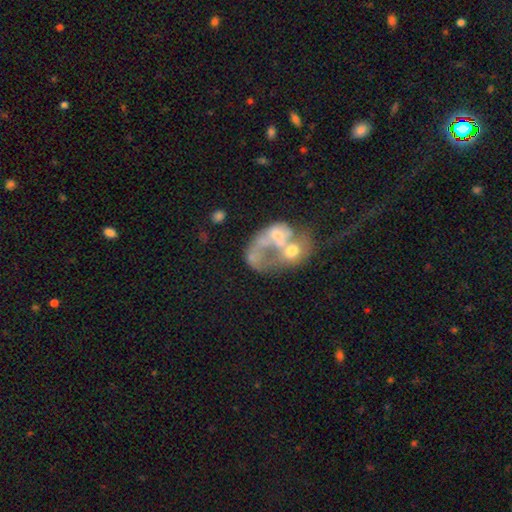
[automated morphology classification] smooth-or-featured: featured or disk: 54% | smooth: 33% | star or artifact: 13%
  disk-edge-on: no: 98% | yes: 2%
    bar: no: 88% | weak: 9% | strong: 3%
    has-spiral-arms: no: 86% | yes: 14%
    bulge-size: none: 37% | moderate: 34% | small: 19% | large: 7% | dominant: 3%
  merging: merger: 63% | major disturbance: 22% | none: 9% | minor disturbance: 6%